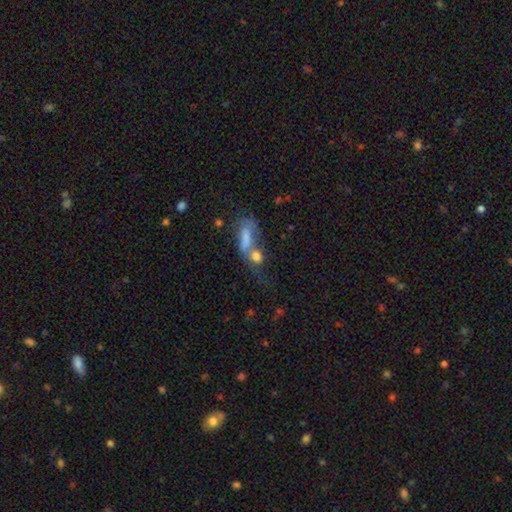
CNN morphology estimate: Overall: smooth (62%; featured or disk 24%). How rounded: in between (58%; round 28%). Merging: merger (56%; none 19%).